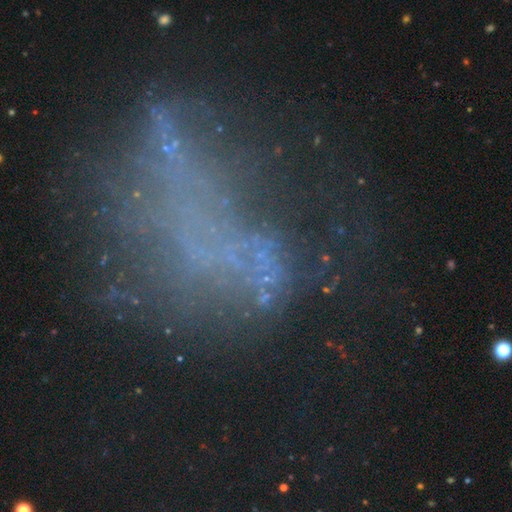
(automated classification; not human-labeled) featured or disk 41%, star or artifact 40%, smooth 19%. Down the decision tree: merging — none (39%).